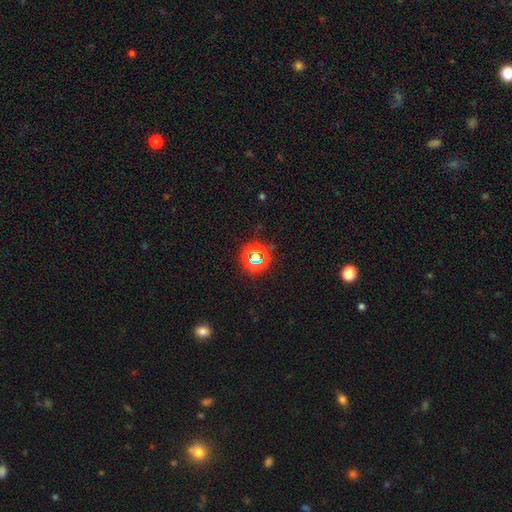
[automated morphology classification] Q: Smooth or featured?
A: star or artifact (63%); runner-up: smooth (28%)